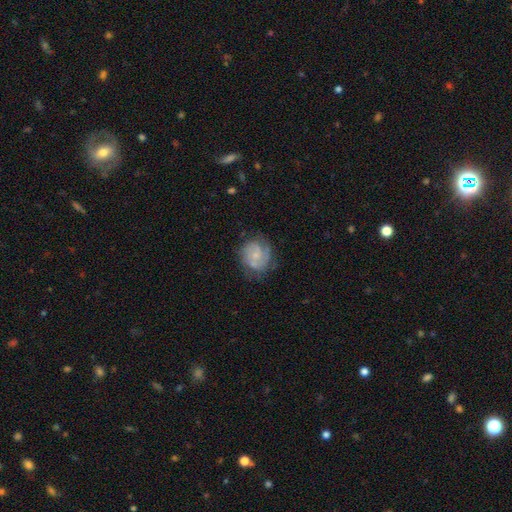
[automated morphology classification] Smooth or featured?
  - featured or disk: 69% *
  - smooth: 24%
  - star or artifact: 7%
Edge-on disk?
  - no: 98% *
  - yes: 2%
Bar?
  - no: 71% *
  - weak: 25%
  - strong: 4%
Spiral arms?
  - yes: 88% *
  - no: 12%
Spiral winding?
  - tight: 53% *
  - medium: 35%
  - loose: 12%
Spiral arm count?
  - 2: 40% *
  - can't tell: 28%
  - 3: 15%
  - 1: 10%
  - 4: 4%
  - more than 4: 3%
Bulge size?
  - small: 70% *
  - moderate: 21%
  - none: 7%
  - large: 1%
  - dominant: 1%
Merging?
  - none: 65% *
  - minor disturbance: 22%
  - major disturbance: 11%
  - merger: 2%